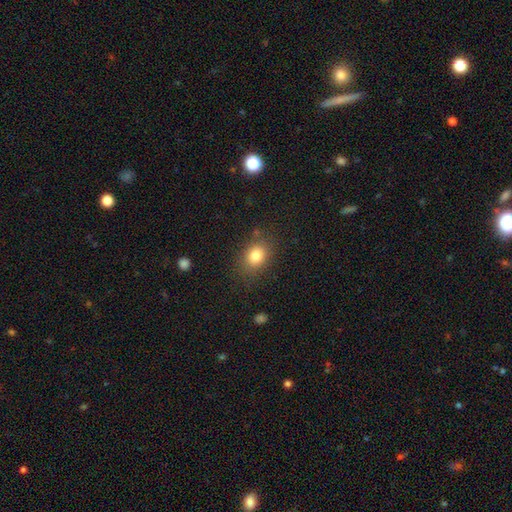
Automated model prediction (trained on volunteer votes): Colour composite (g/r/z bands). It shows a smooth galaxy with no disk features (82%) that is in between round and cigar-shaped (53%). Merging: none (80%).